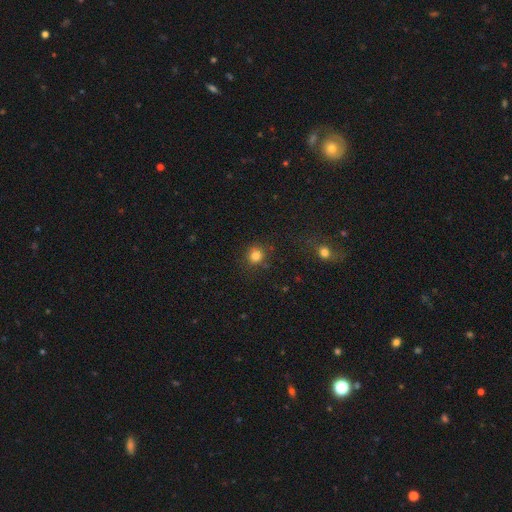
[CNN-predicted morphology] Q: Smooth or featured?
A: smooth (82%); runner-up: star or artifact (13%)
Q: How rounded?
A: round (88%); runner-up: in between (11%)
Q: Merging?
A: none (85%); runner-up: minor disturbance (9%)